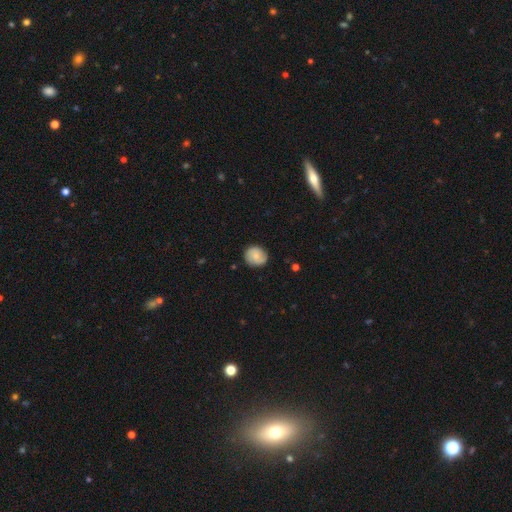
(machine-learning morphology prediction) This appears to be a smooth galaxy with no disk features (66%) that is round (81%). Merging: none (79%).